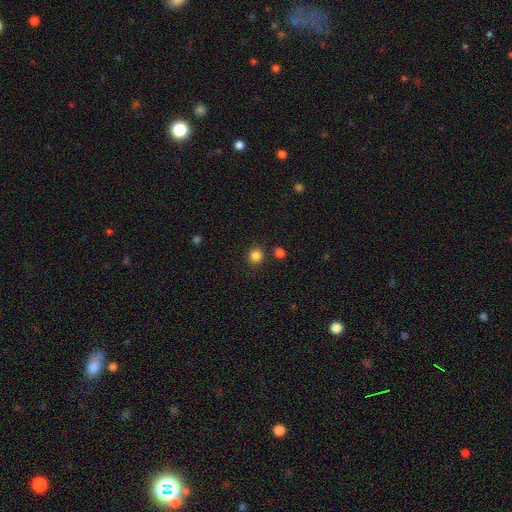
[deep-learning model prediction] smooth-or-featured: smooth: 85% | star or artifact: 12% | featured or disk: 3%
  how-rounded: round: 93% | in between: 6% | cigar-shaped: 1%
  merging: none: 87% | minor disturbance: 6% | merger: 4% | major disturbance: 2%